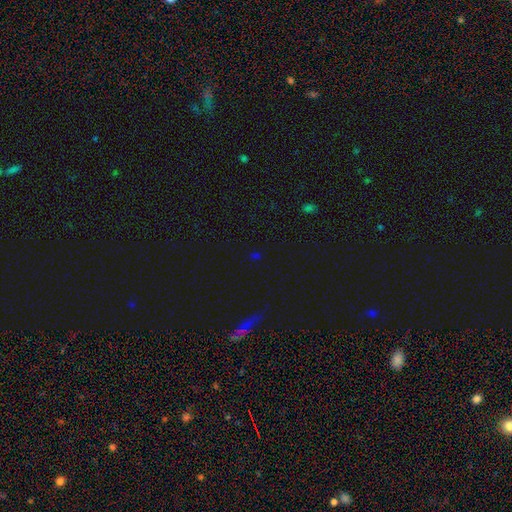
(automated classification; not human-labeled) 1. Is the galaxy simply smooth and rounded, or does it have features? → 65% star or artifact, 28% smooth, 8% featured or disk.